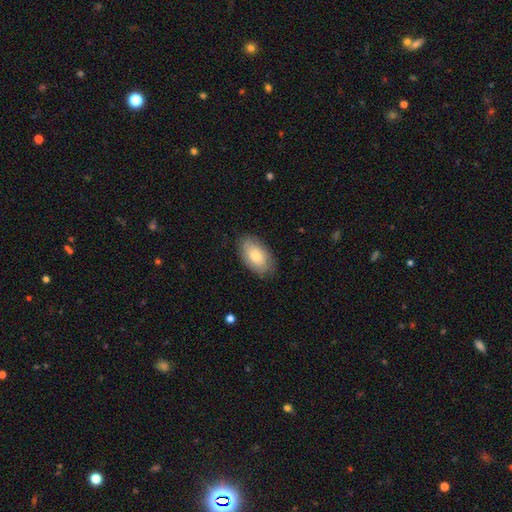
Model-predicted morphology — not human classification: Overall: smooth (77%). How rounded: in between (94%). Merging: none (82%).